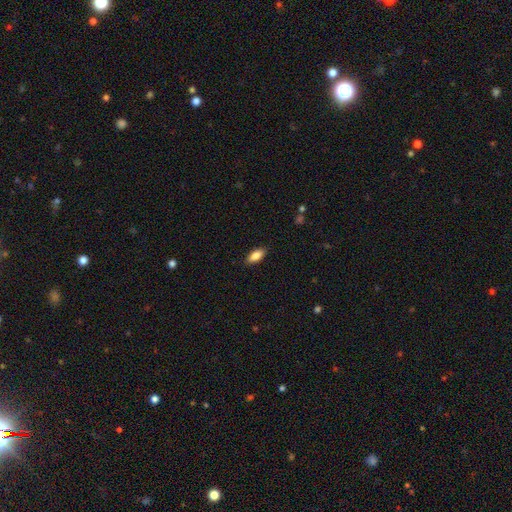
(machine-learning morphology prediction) Smooth or featured?
  - smooth: 85% *
  - featured or disk: 8%
  - star or artifact: 7%
How rounded?
  - in between: 83% *
  - cigar-shaped: 15%
  - round: 2%
Merging?
  - none: 87% *
  - minor disturbance: 10%
  - major disturbance: 2%
  - merger: 1%